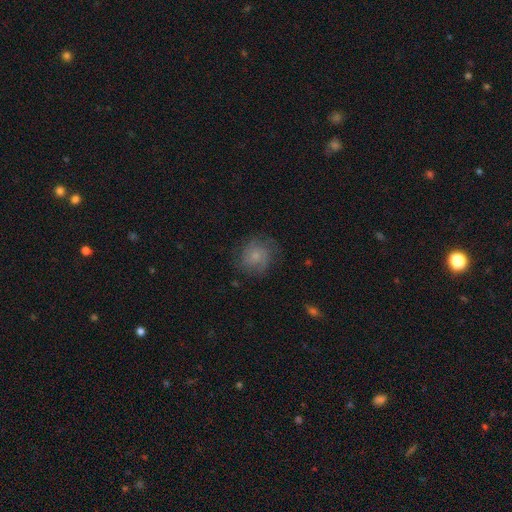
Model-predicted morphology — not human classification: A smooth galaxy with no disk features (64%) that is round (82%). Merging: none (70%).